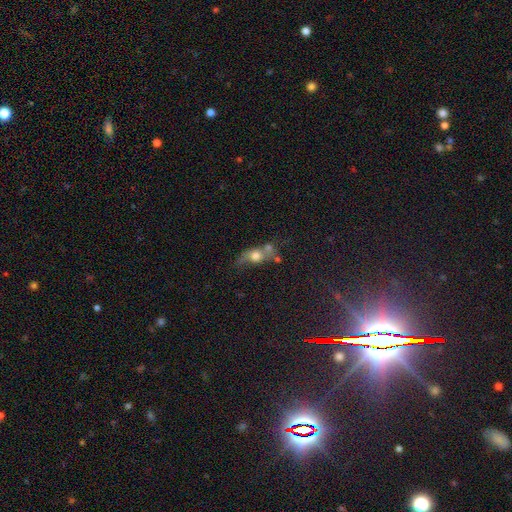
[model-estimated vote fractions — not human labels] This is possibly a smooth galaxy (58%). How rounded: possibly in between (46%). Merging: marginally merger (36%).